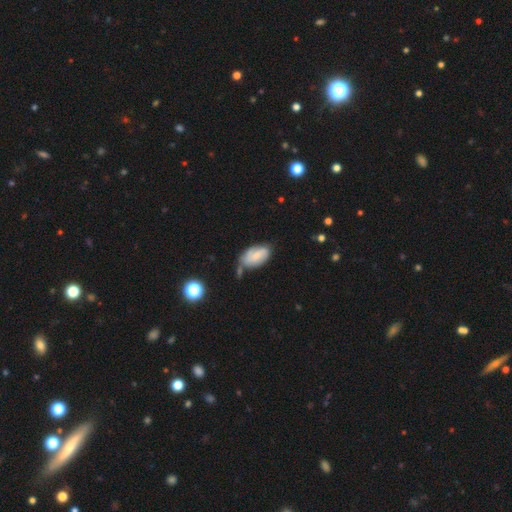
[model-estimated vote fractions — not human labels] The model was most divided on "merging": none: 45%, minor disturbance: 32%, merger: 12%, major disturbance: 10%. More confident: how rounded — in between (93%); smooth or featured — smooth (57%).